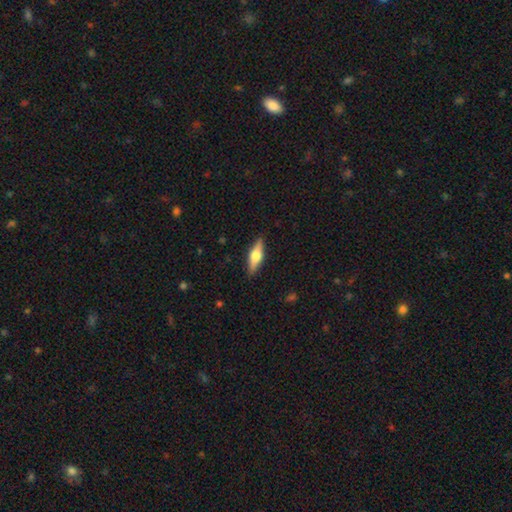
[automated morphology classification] smooth-or-featured: featured or disk: 53% | smooth: 41% | star or artifact: 6%
  disk-edge-on: yes: 94% | no: 6%
    edge-on-bulge: rounded: 92% | boxy: 6% | none: 2%
  merging: none: 89% | minor disturbance: 9% | major disturbance: 2% | merger: 1%